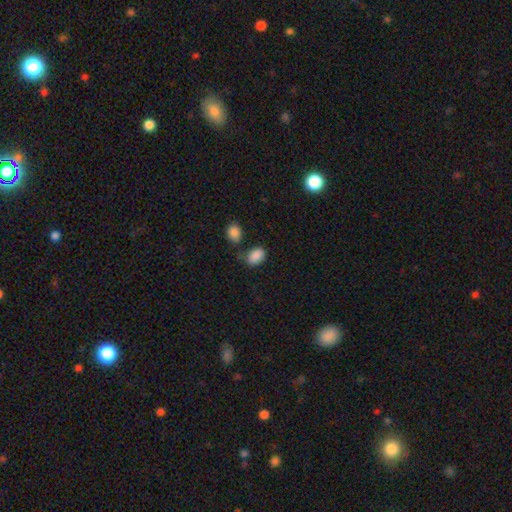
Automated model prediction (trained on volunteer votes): This is clearly a smooth galaxy (87%). How rounded: clearly in between (83%). Merging: likely none (63%).